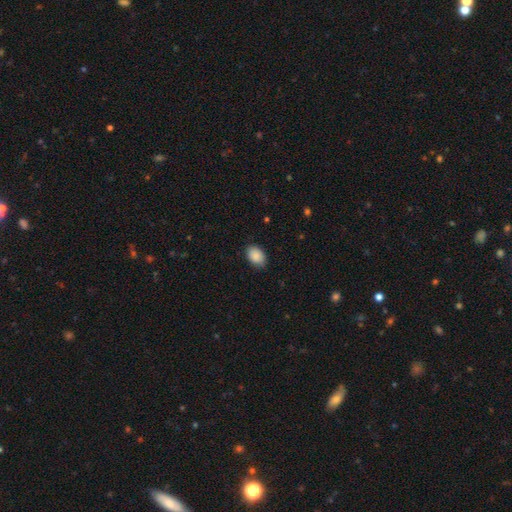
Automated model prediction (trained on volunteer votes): Smooth or featured?
  - smooth: 89% *
  - star or artifact: 7%
  - featured or disk: 4%
How rounded?
  - in between: 85% *
  - round: 14%
  - cigar-shaped: 1%
Merging?
  - none: 84% *
  - minor disturbance: 13%
  - major disturbance: 3%
  - merger: 1%